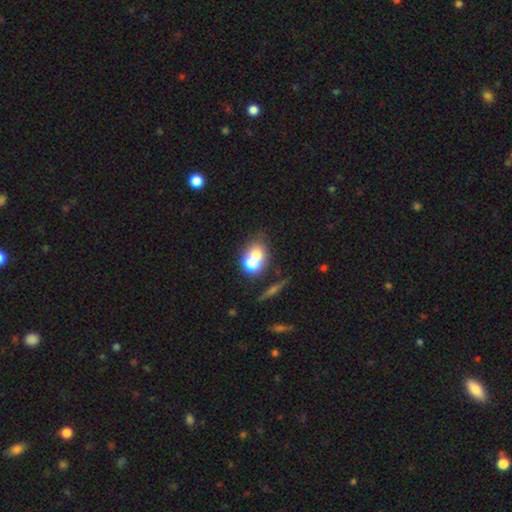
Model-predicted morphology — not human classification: This is likely a smooth galaxy (63%). How rounded: possibly round (55%). Merging: possibly merger (51%).